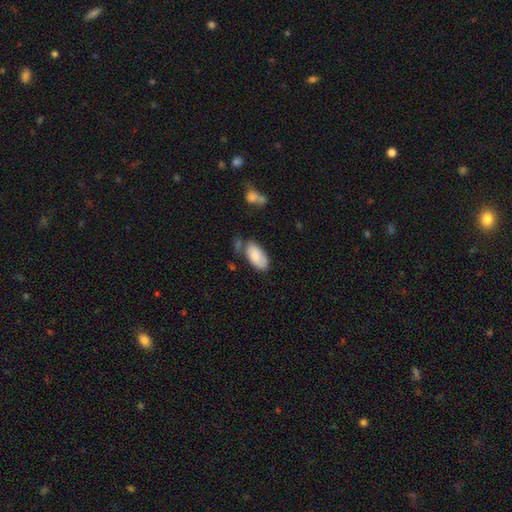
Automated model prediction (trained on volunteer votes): Smooth or featured: smooth — 83% (featured or disk — 10%)
How rounded: in between — 94% (cigar-shaped — 4%)
Merging: none — 55% (minor disturbance — 25%)